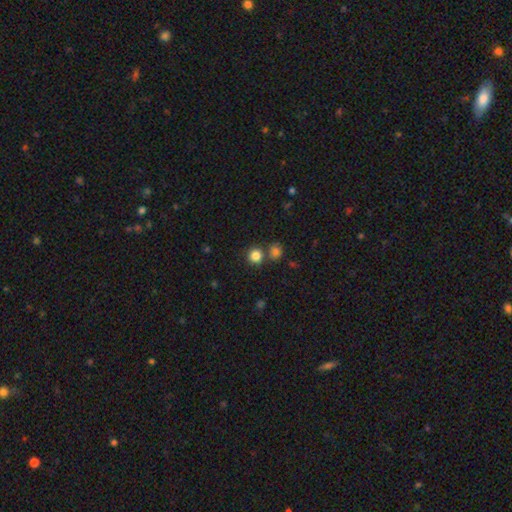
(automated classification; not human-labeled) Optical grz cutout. It shows a smooth galaxy with no disk features (83%) that is round (91%). Merging: none (73%).